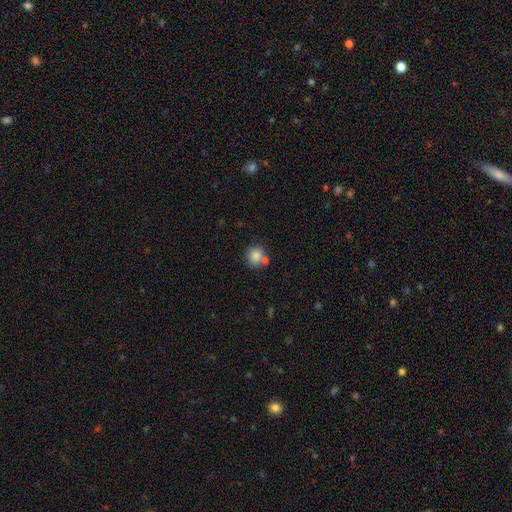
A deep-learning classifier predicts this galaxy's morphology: The model was most divided on "merging": none: 63%, merger: 22%, minor disturbance: 12%, major disturbance: 4%. More confident: how rounded — round (87%); smooth or featured — smooth (82%).